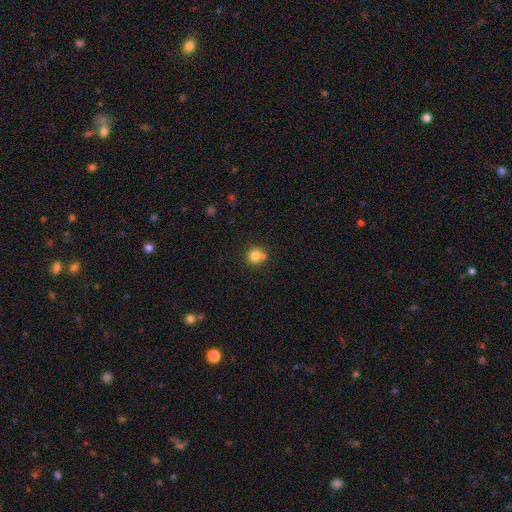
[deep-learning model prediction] A smooth galaxy with no disk features (80%) that is round (89%). Merging: none (64%).